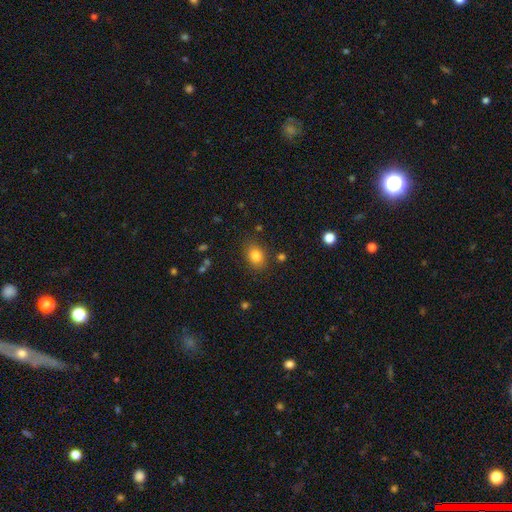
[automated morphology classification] A smooth galaxy with no disk features (82%) that is in between round and cigar-shaped (63%).

Vote fractions:
- Smooth or featured? smooth: 82% / star or artifact: 11% / featured or disk: 7%
- How rounded? in between: 63% / round: 36% / cigar-shaped: 1%
- Merging? none: 82% / minor disturbance: 12% / major disturbance: 4% / merger: 3%